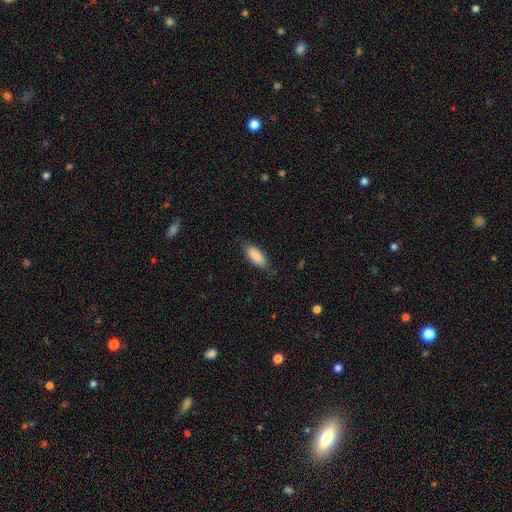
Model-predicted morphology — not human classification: smooth_or_featured: smooth (p=0.87) [alt: featured or disk p=0.07]
how_rounded: in between (p=0.75) [alt: cigar-shaped p=0.23]
merging: none (p=0.76) [alt: minor disturbance p=0.19]